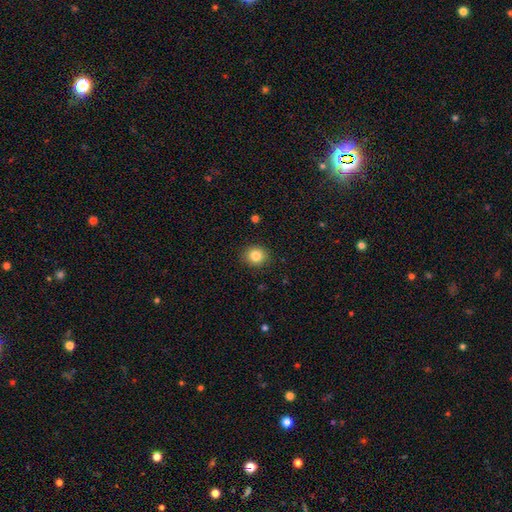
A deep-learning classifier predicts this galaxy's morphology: Smooth or featured?
  - smooth: 84% *
  - star or artifact: 11%
  - featured or disk: 5%
How rounded?
  - round: 80% *
  - in between: 19%
  - cigar-shaped: 1%
Merging?
  - none: 90% *
  - minor disturbance: 7%
  - major disturbance: 2%
  - merger: 1%